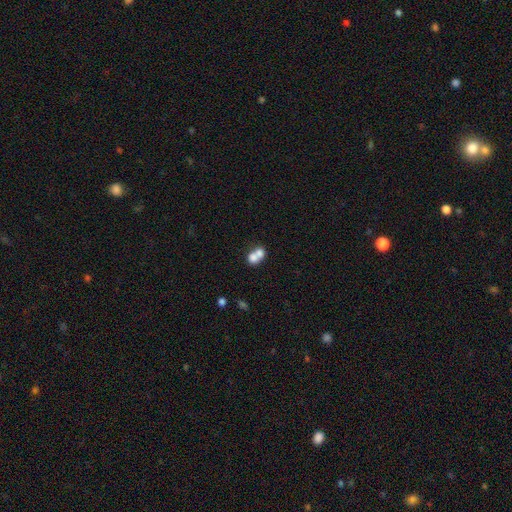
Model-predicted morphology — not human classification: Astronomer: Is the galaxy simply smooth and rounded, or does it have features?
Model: smooth — 71%.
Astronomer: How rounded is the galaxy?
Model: round — 56% (runner-up: in between, 43%).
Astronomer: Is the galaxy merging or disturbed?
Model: merger — 70%.